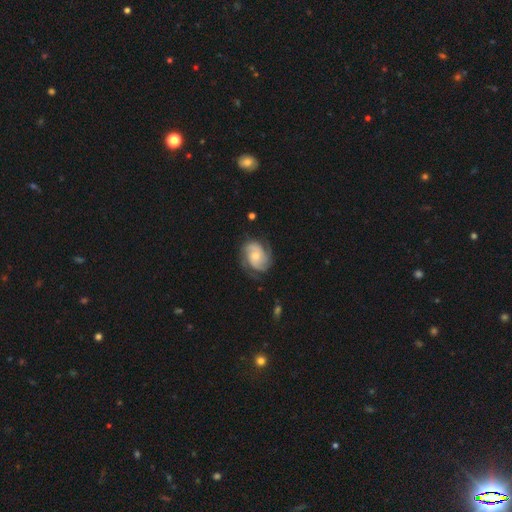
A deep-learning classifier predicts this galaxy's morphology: This is clearly a featured or disk galaxy (82%). It is clearly not viewed edge-on (98%). Bar: likely no (71%). Spiral arm pattern: clearly yes (96%). Spiral arm count: marginally 2 (43%). Spiral winding: possibly tight (47%). Central bulge: possibly moderate (49%). Merging: likely none (72%).